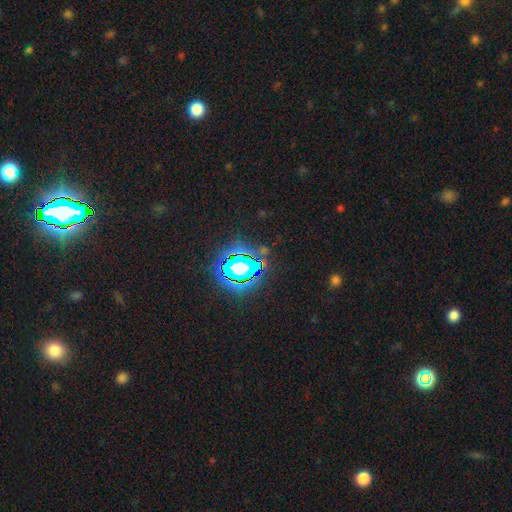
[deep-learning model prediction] This appears to be a star or artifact, not a galaxy (84%).